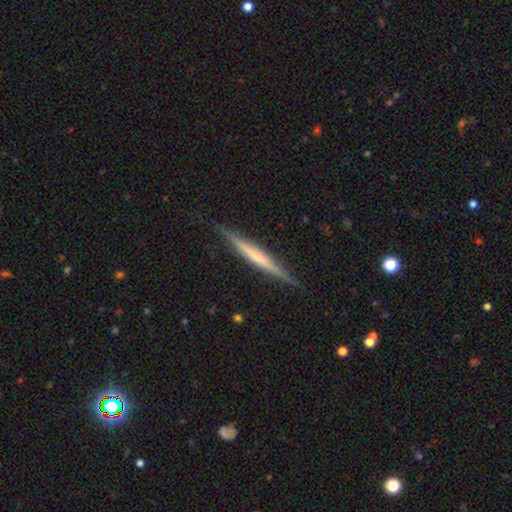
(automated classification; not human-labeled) This is likely a featured or disk galaxy (62%). It is clearly viewed edge-on (97%). Edge-on bulge: likely none (66%). Merging: clearly none (88%).